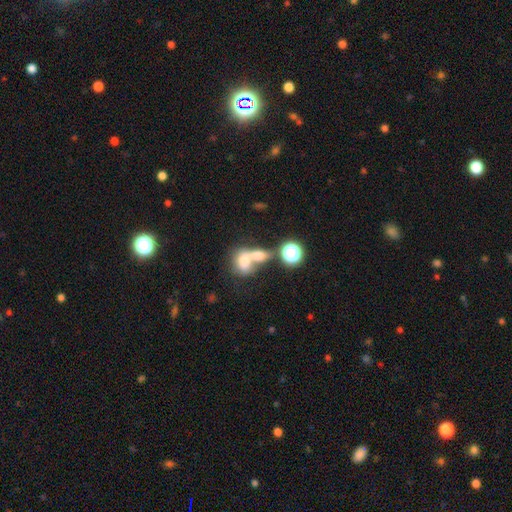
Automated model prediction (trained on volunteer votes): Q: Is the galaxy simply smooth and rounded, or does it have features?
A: smooth — 66%.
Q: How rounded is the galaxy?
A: in between — 61%.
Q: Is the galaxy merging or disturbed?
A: merger — 70%.